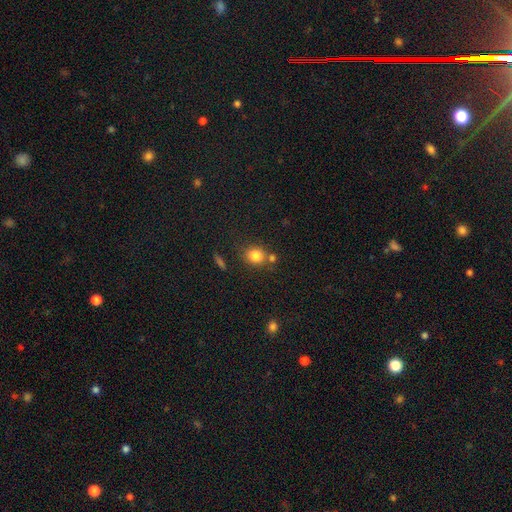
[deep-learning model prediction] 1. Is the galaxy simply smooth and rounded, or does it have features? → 82% smooth, 11% star or artifact, 7% featured or disk.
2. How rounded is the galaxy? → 77% round, 22% in between, 1% cigar-shaped.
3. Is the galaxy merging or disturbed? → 66% none, 19% merger, 11% minor disturbance, 4% major disturbance.